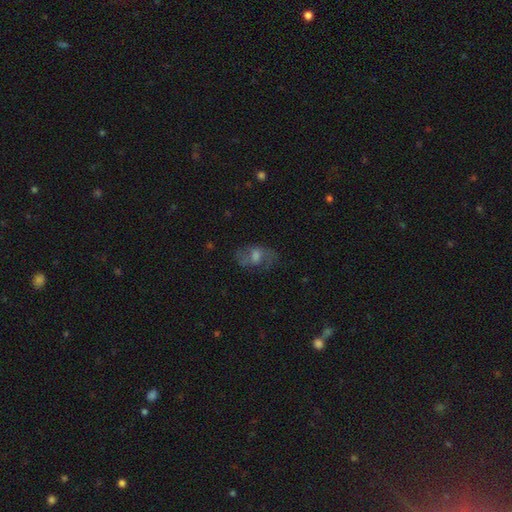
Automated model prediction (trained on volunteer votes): featured or disk 58%, smooth 29%, star or artifact 14%. Down the decision tree: edge-on disk — no (94%); bar — no (45%, tied with weak); spiral arms — yes (74%); bulge size — moderate (45%); merging — none (65%).